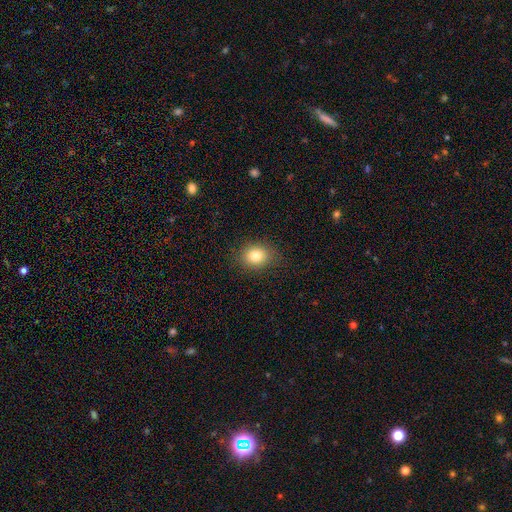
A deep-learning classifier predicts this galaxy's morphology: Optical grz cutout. It shows a smooth galaxy with no disk features (81%) that is round (57%). Merging: none (86%).